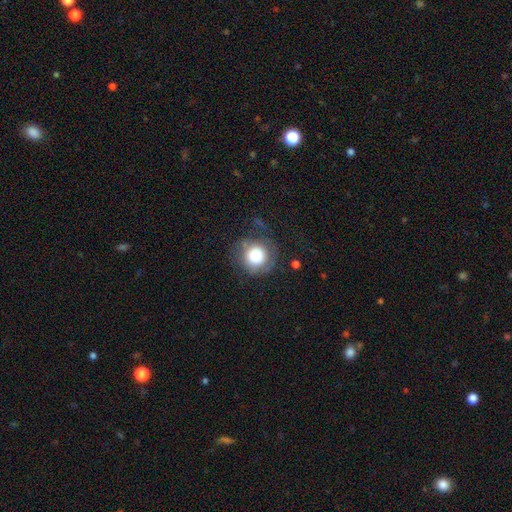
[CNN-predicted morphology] This appears to be a smooth galaxy with no disk features (71%) that is round (92%). Merging: none (62%).